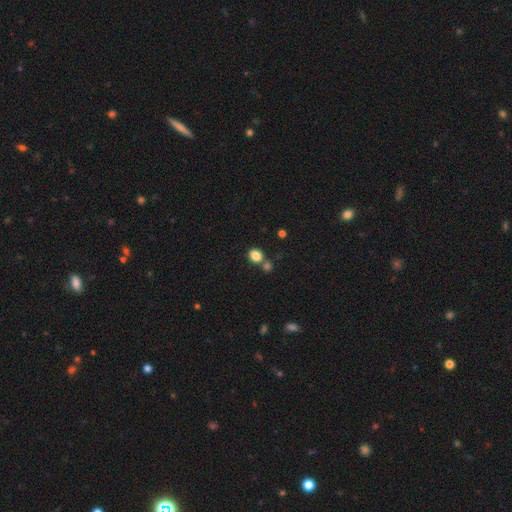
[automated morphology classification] This appears to be a smooth galaxy with no disk features (84%) that is round (55%). Merging: none (62%).